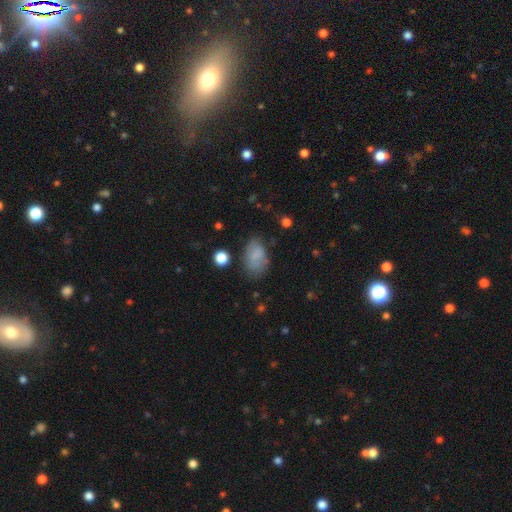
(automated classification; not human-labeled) The model was most divided on "merging": none: 64%, minor disturbance: 24%, major disturbance: 9%, merger: 3%. More confident: how rounded — in between (91%); smooth or featured — smooth (80%).